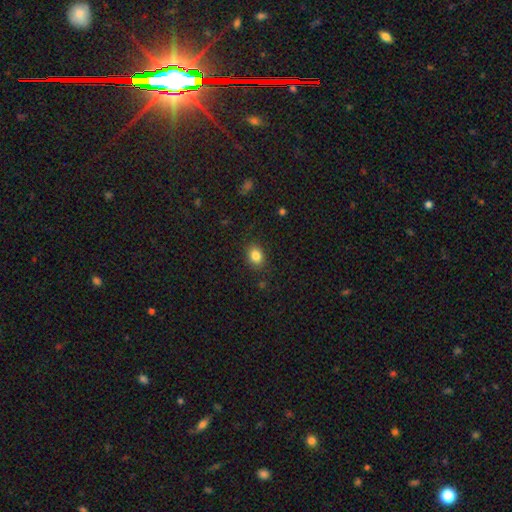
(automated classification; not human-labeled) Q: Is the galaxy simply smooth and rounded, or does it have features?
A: smooth — 84%.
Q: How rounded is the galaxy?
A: in between — 58%.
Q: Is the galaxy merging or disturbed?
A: none — 86%.